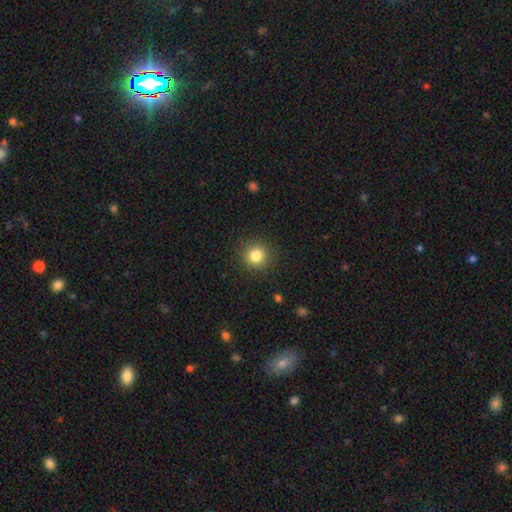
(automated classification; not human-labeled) Overall: smooth (83%). How rounded: round (93%). Merging: none (90%).